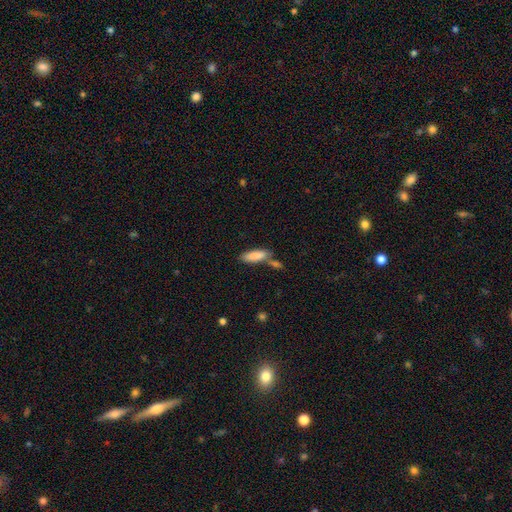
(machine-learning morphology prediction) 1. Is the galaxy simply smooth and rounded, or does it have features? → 85% smooth, 8% featured or disk, 7% star or artifact.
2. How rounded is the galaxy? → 60% in between, 38% cigar-shaped, 2% round.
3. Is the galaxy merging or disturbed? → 51% none, 30% merger, 14% minor disturbance, 4% major disturbance.